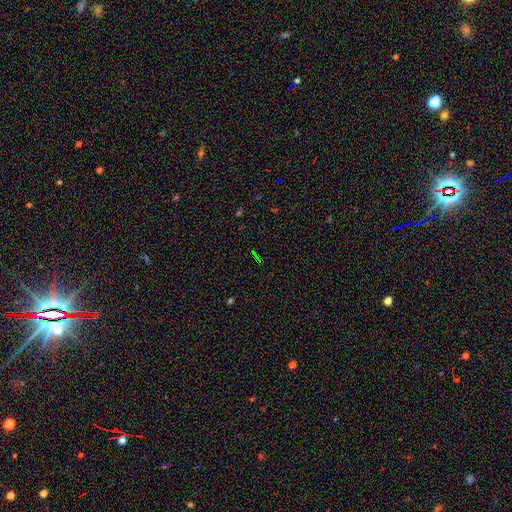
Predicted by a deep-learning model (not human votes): This is likely a star or artifact rather than a galaxy (73%).